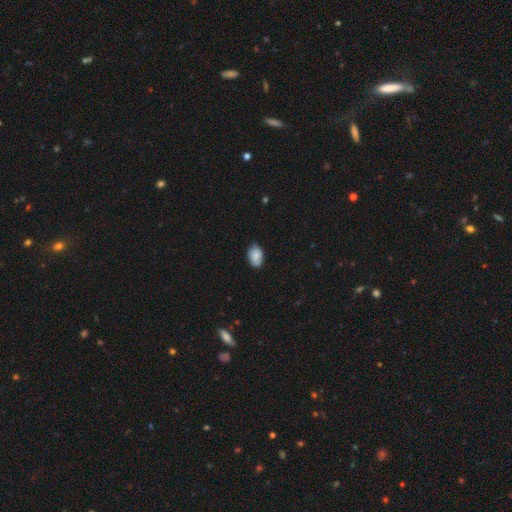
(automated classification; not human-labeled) Smooth or featured?
  - smooth: 84% *
  - featured or disk: 9%
  - star or artifact: 7%
How rounded?
  - in between: 89% *
  - round: 10%
  - cigar-shaped: 1%
Merging?
  - none: 77% *
  - minor disturbance: 20%
  - major disturbance: 3%
  - merger: 1%